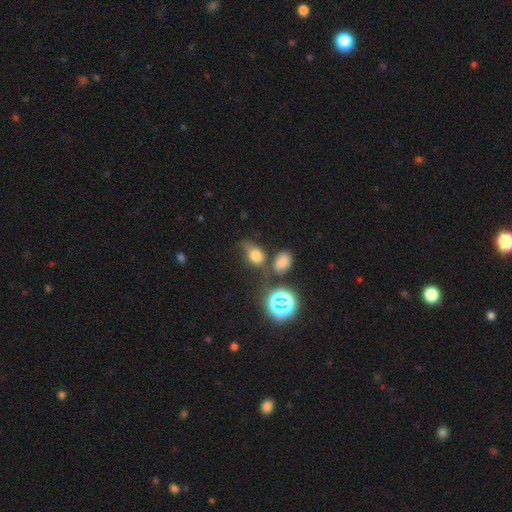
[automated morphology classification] The model was most divided on "merging": none: 45%, merger: 23%, minor disturbance: 20%, major disturbance: 12%. More confident: how rounded — in between (69%); smooth or featured — smooth (69%).